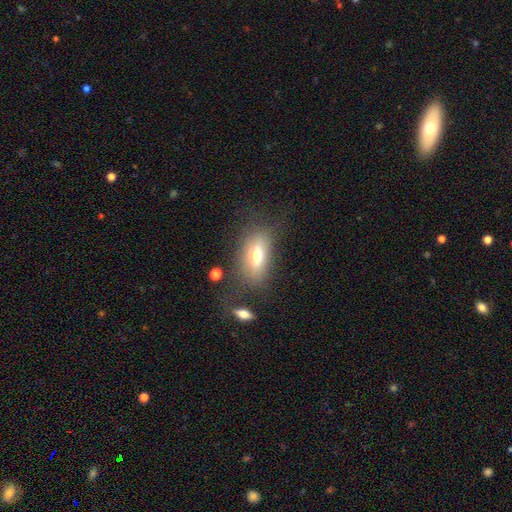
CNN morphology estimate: A smooth galaxy with no disk features (62%) that is in between round and cigar-shaped (77%). Merging: none (70%).